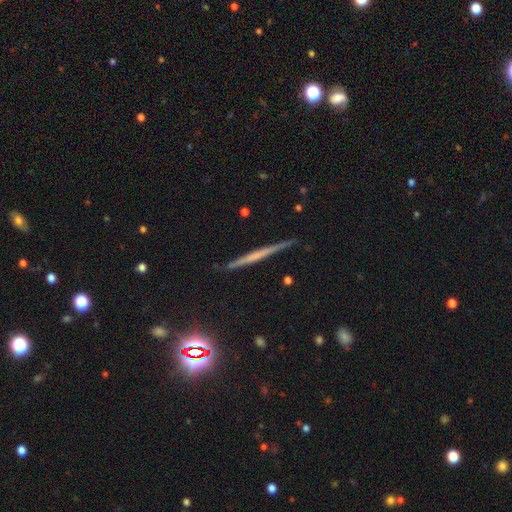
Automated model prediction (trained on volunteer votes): A featured or disk galaxy (58%) viewed edge-on (97%) with no central bulge (79%). Merging: none (88%).